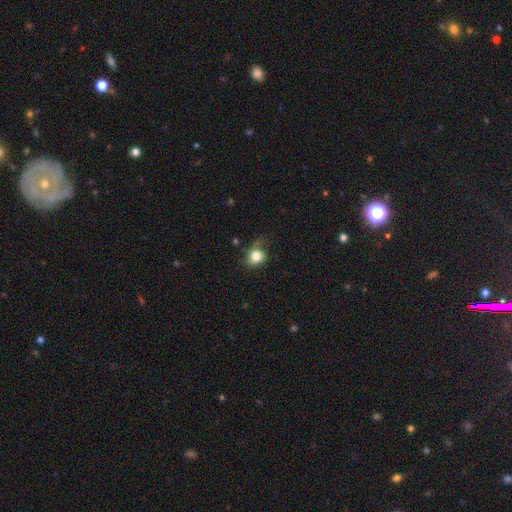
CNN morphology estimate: Q: Smooth or featured?
A: smooth (81%); runner-up: star or artifact (10%)
Q: How rounded?
A: round (60%); runner-up: in between (39%)
Q: Merging?
A: none (54%); runner-up: minor disturbance (30%)